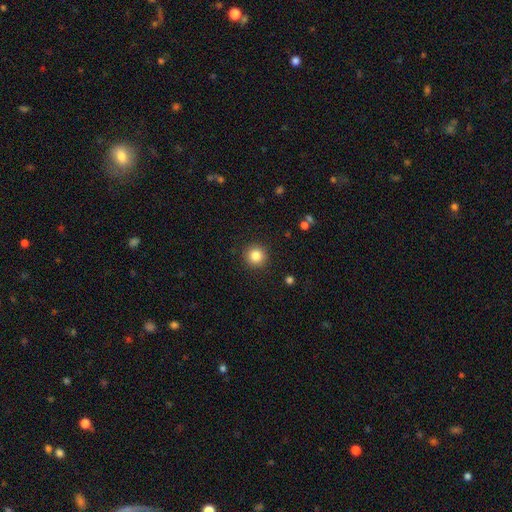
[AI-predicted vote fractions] A smooth galaxy with no disk features (84%) that is round (95%). Merging: none (91%).